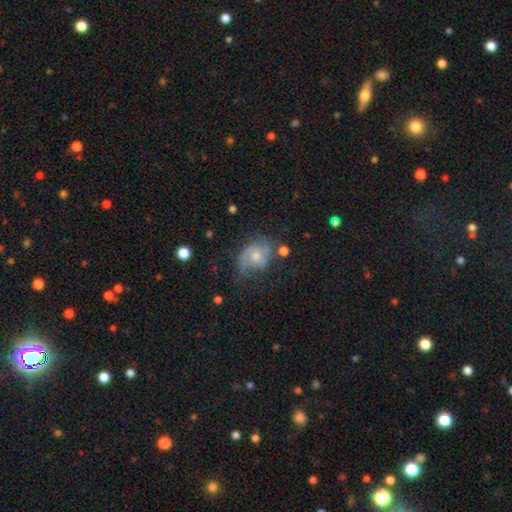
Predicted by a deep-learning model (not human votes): Smooth or featured?
  - featured or disk: 71% *
  - smooth: 21%
  - star or artifact: 8%
Edge-on disk?
  - no: 97% *
  - yes: 3%
Bar?
  - no: 67% *
  - weak: 29%
  - strong: 4%
Spiral arms?
  - yes: 91% *
  - no: 9%
Spiral winding?
  - medium: 47% *
  - tight: 29%
  - loose: 24%
Spiral arm count?
  - 2: 66% *
  - 1: 16%
  - can't tell: 12%
  - 3: 3%
  - 4: 1%
  - more than 4: 1%
Bulge size?
  - moderate: 56% *
  - small: 32%
  - large: 6%
  - none: 5%
  - dominant: 1%
Merging?
  - none: 55% *
  - minor disturbance: 24%
  - major disturbance: 17%
  - merger: 4%